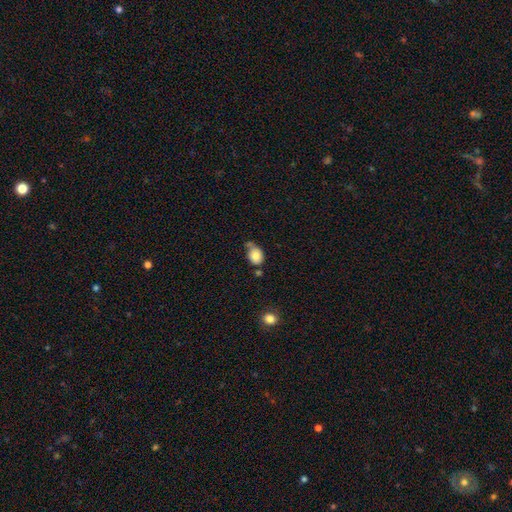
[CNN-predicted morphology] smooth_or_featured: smooth (p=0.78) [alt: featured or disk p=0.13]
how_rounded: in between (p=0.57) [alt: round p=0.42]
merging: none (p=0.45) [alt: minor disturbance p=0.28]